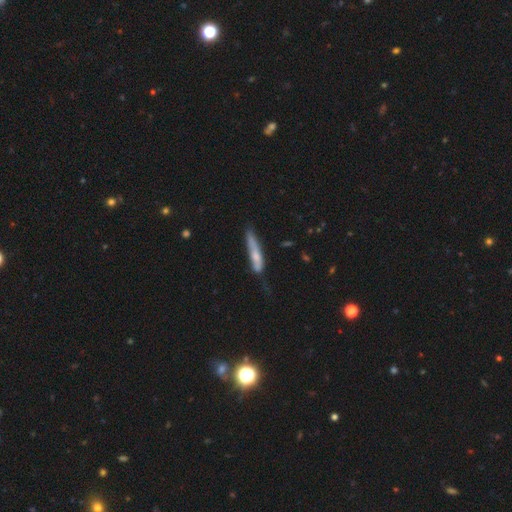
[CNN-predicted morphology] Smooth or featured?
  - smooth: 59% *
  - featured or disk: 35%
  - star or artifact: 7%
How rounded?
  - cigar-shaped: 87% *
  - in between: 11%
  - round: 2%
Merging?
  - none: 47% *
  - minor disturbance: 32%
  - major disturbance: 14%
  - merger: 7%